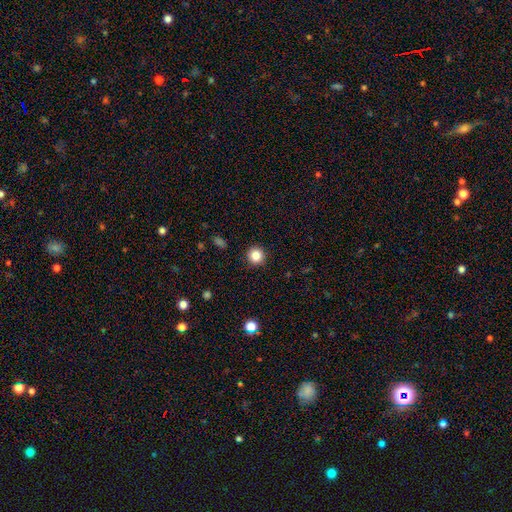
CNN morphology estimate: Smooth or featured: smooth — 84% (star or artifact — 11%)
How rounded: round — 95% (in between — 4%)
Merging: none — 92% (minor disturbance — 5%)